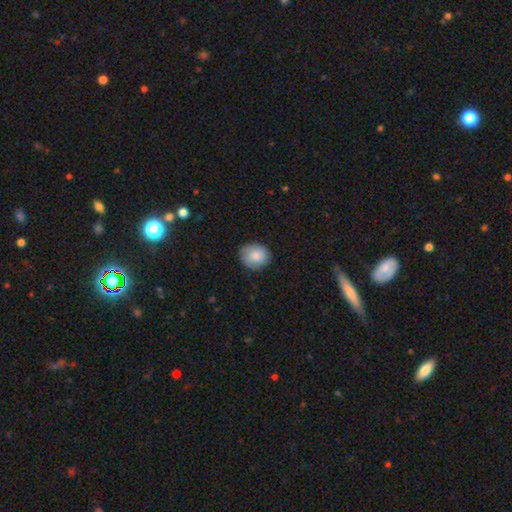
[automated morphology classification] Q: Smooth or featured?
A: smooth (82%); runner-up: featured or disk (12%)
Q: How rounded?
A: round (65%); runner-up: in between (34%)
Q: Merging?
A: none (81%); runner-up: minor disturbance (15%)